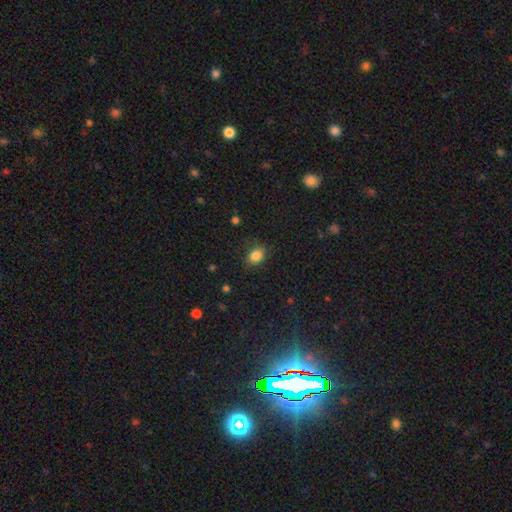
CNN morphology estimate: Smooth or featured?
  - smooth: 84% *
  - star or artifact: 11%
  - featured or disk: 5%
How rounded?
  - in between: 61% *
  - round: 37%
  - cigar-shaped: 1%
Merging?
  - none: 80% *
  - minor disturbance: 15%
  - major disturbance: 4%
  - merger: 1%